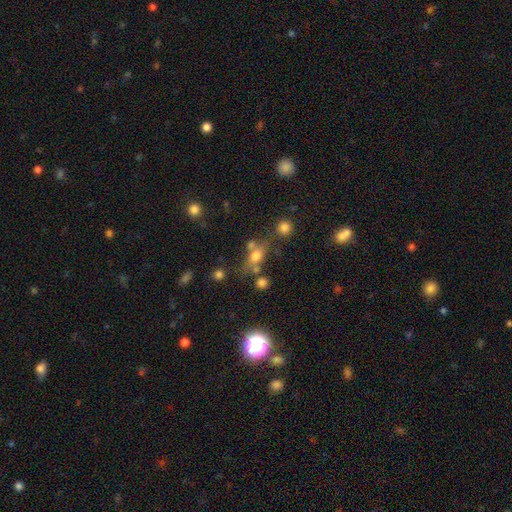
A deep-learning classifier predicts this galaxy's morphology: A smooth galaxy with no disk features (69%) that is in between round and cigar-shaped (64%). Merging: none (50%).